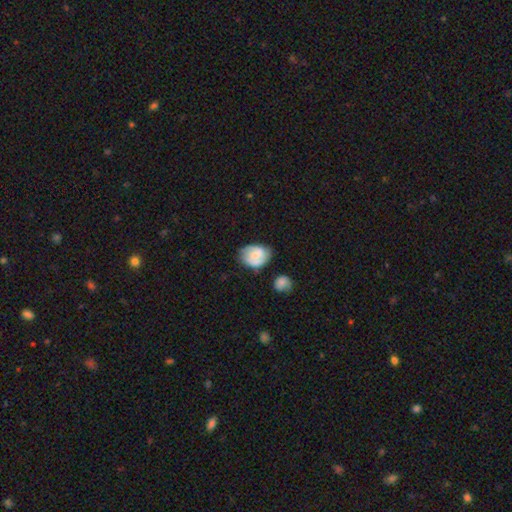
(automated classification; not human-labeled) featured or disk 53%, smooth 39%, star or artifact 7%. Down the decision tree: edge-on disk — no (97%); bar — weak (48%); spiral arms — yes (82%); bulge size — small (46%); merging — none (63%).